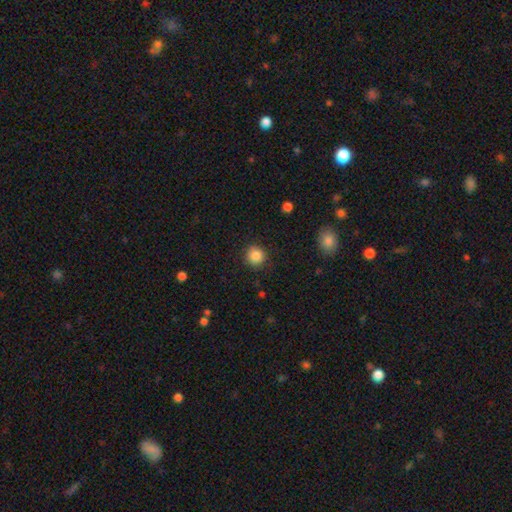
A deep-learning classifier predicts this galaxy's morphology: Smooth or featured? Predicted: smooth (p=0.86). How rounded? Predicted: round (p=0.92). Merging? Predicted: none (p=0.89).